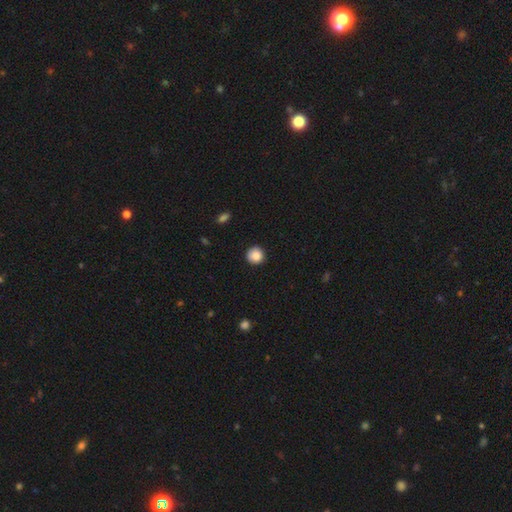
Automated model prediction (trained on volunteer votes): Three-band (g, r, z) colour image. It shows a smooth galaxy with no disk features (85%) that is round (93%). Merging: none (89%).